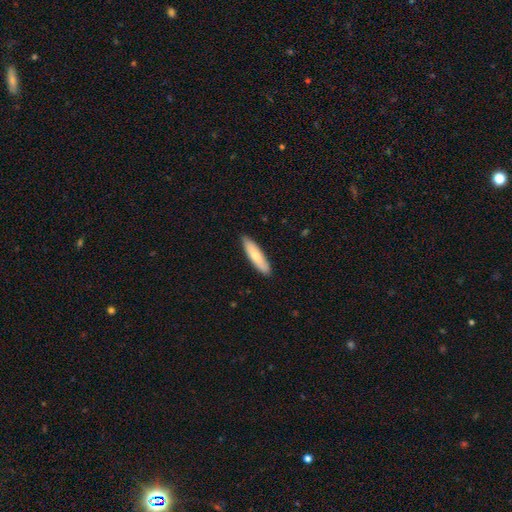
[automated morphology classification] type=smooth (76%); roundness=cigar-shaped (70%); merging=none (88%).